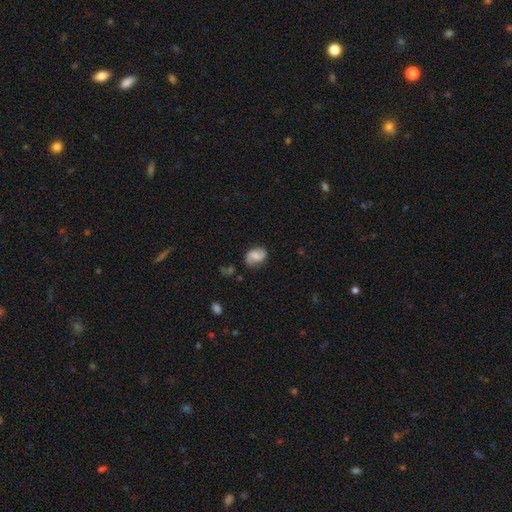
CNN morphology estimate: Smooth or featured? Predicted: featured or disk (p=0.52). Edge-on disk? Predicted: no (p=0.97). Bar? Predicted: no (p=0.51). Spiral arms? Predicted: yes (p=0.91). Bulge size? Predicted: small (p=0.33). Merging? Predicted: none (p=0.71).